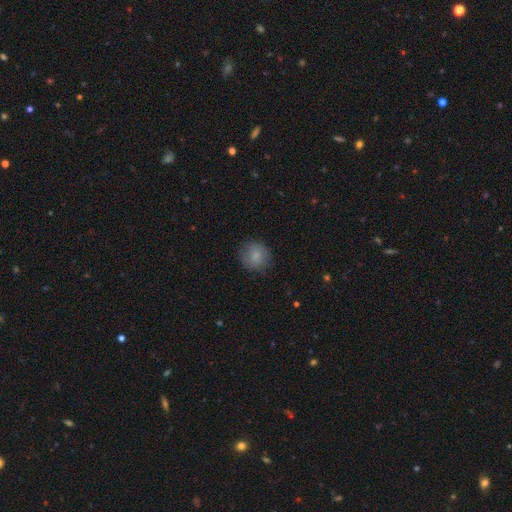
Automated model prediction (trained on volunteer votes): Q: Smooth or featured?
A: smooth (82%); runner-up: featured or disk (10%)
Q: How rounded?
A: round (87%); runner-up: in between (12%)
Q: Merging?
A: none (82%); runner-up: minor disturbance (13%)